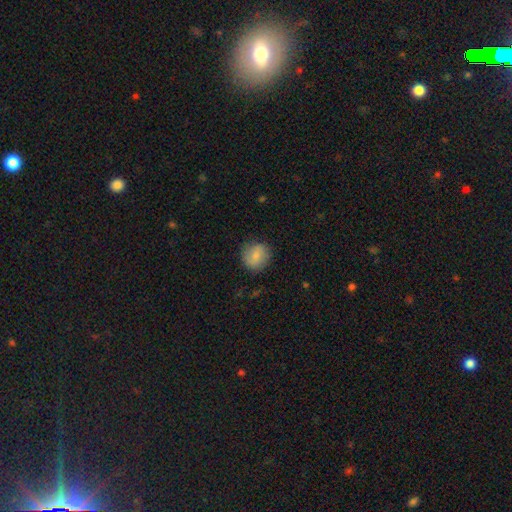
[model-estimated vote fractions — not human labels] Overall: smooth (80%). How rounded: round (84%). Merging: none (81%).